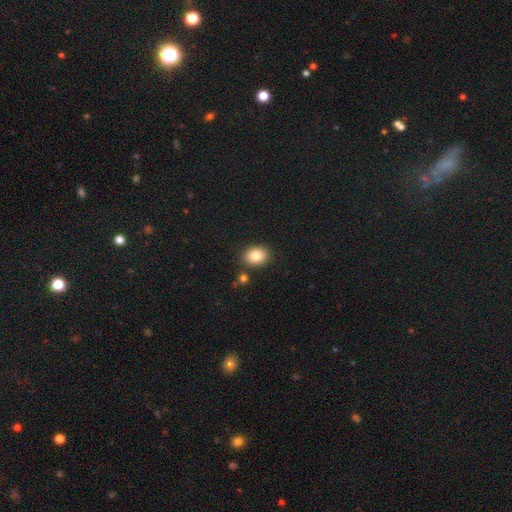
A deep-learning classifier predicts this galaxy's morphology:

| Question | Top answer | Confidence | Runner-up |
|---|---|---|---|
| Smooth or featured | smooth | 86% | star or artifact (9%) |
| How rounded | in between | 63% | round (36%) |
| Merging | none | 85% | minor disturbance (9%) |